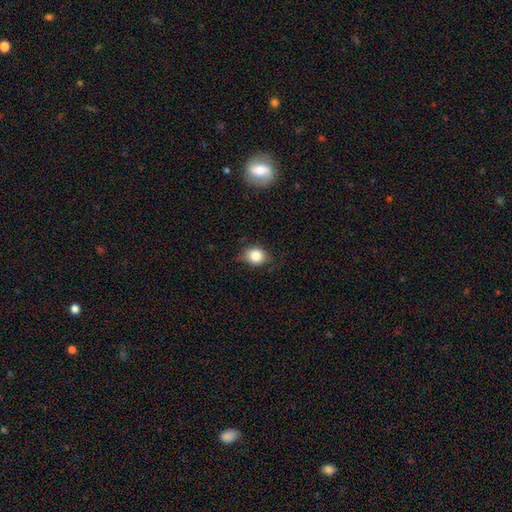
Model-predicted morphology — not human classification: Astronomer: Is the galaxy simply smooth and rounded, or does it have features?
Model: smooth — 81%.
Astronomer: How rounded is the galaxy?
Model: round — 59% (runner-up: in between, 40%).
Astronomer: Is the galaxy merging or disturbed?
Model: none — 73%.